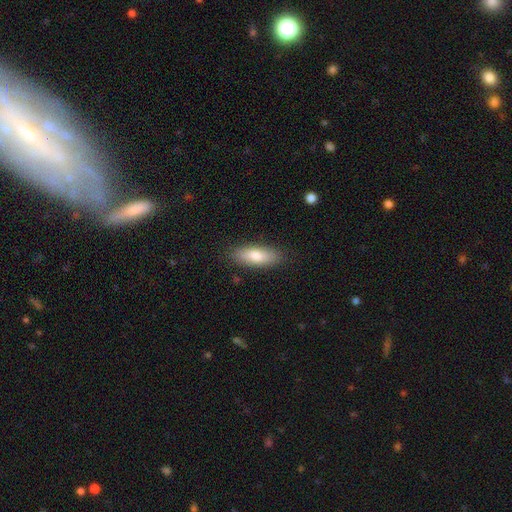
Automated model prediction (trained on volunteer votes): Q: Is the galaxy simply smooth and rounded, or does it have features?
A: smooth — 79%.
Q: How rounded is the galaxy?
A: in between — 66%.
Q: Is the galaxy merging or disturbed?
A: none — 87%.